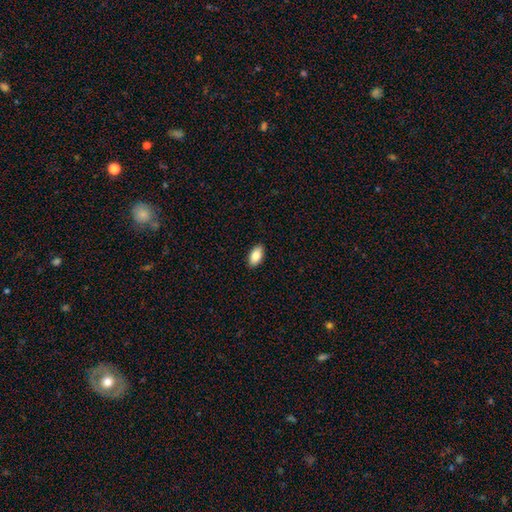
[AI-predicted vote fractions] The model was most divided on "smooth or featured": smooth: 85%, featured or disk: 8%, star or artifact: 7%. More confident: how rounded — in between (94%); merging — none (90%).